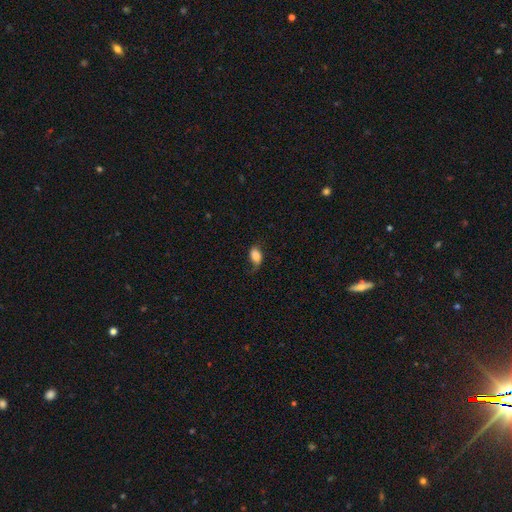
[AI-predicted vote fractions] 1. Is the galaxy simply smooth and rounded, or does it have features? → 75% smooth, 17% featured or disk, 8% star or artifact.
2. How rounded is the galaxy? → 87% in between, 11% round, 2% cigar-shaped.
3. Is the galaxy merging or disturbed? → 49% none, 31% minor disturbance, 19% major disturbance, 2% merger.